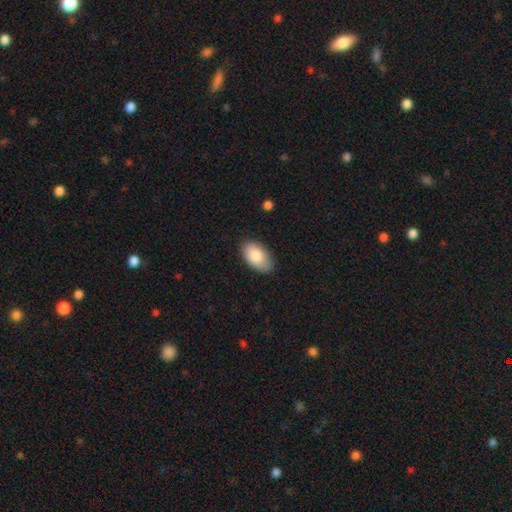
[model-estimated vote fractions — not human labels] smooth-or-featured: smooth: 86% | featured or disk: 8% | star or artifact: 6%
  how-rounded: in between: 95% | round: 3% | cigar-shaped: 1%
  merging: none: 84% | minor disturbance: 12% | major disturbance: 2% | merger: 1%